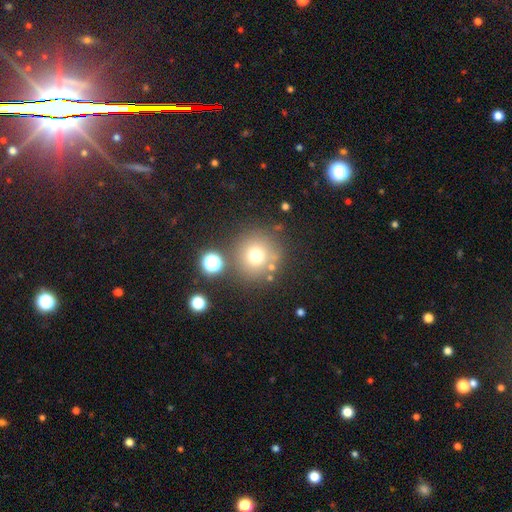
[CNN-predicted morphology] Smooth or featured: smooth — 70% (star or artifact — 18%)
How rounded: round — 94% (in between — 5%)
Merging: none — 78% (minor disturbance — 10%)